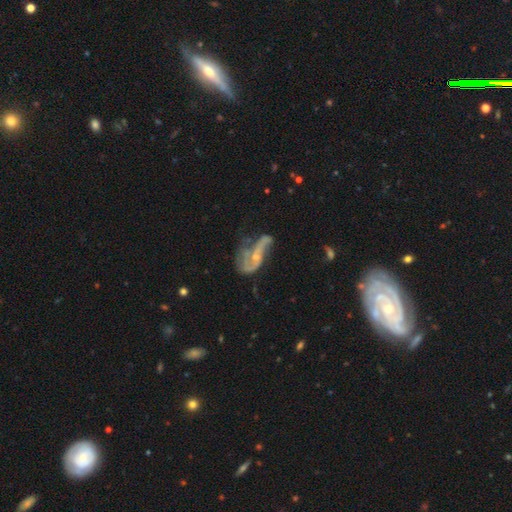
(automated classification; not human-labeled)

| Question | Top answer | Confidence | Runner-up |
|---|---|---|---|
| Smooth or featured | featured or disk | 75% | smooth (15%) |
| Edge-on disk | no | 94% | yes (6%) |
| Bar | no | 62% | weak (28%) |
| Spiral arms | yes | 74% | no (26%) |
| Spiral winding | loose | 71% | medium (21%) |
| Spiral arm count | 2 | 68% | can't tell (14%) |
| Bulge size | small | 61% | moderate (26%) |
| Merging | major disturbance | 38% | none (30%) |